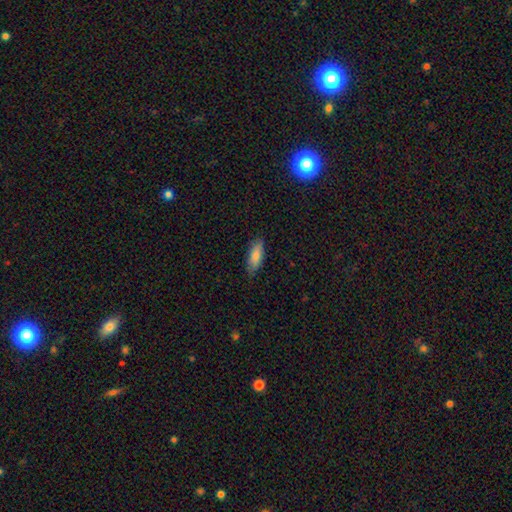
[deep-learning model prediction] Smooth or featured?
  - smooth: 83% *
  - featured or disk: 11%
  - star or artifact: 6%
How rounded?
  - in between: 68% *
  - cigar-shaped: 30%
  - round: 2%
Merging?
  - none: 80% *
  - minor disturbance: 16%
  - major disturbance: 3%
  - merger: 1%